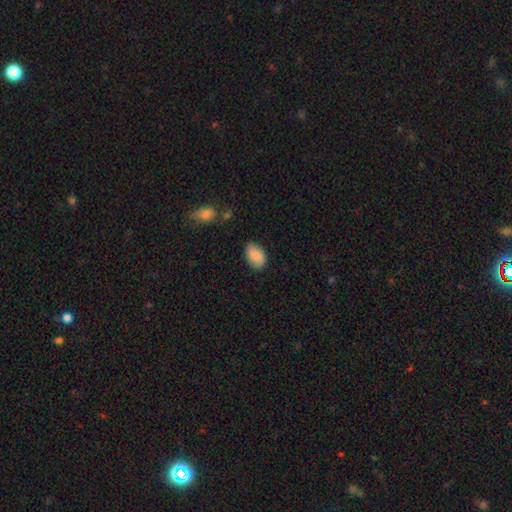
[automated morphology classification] This is clearly a smooth galaxy (87%). How rounded: clearly in between (90%). Merging: likely none (80%).